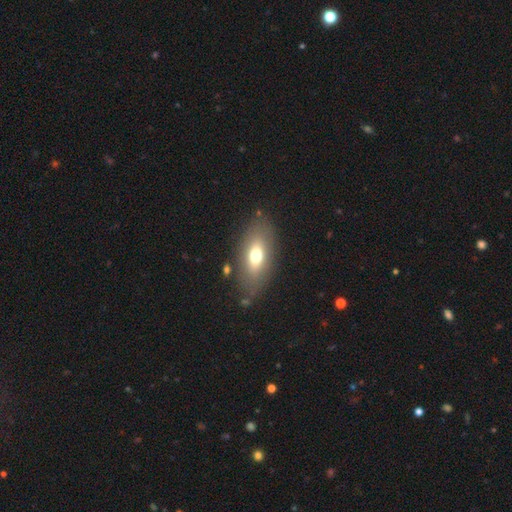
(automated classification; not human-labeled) smooth_or_featured: smooth (p=0.65) [alt: featured or disk p=0.27]
how_rounded: in between (p=0.85) [alt: cigar-shaped p=0.10]
merging: none (p=0.81) [alt: minor disturbance p=0.11]